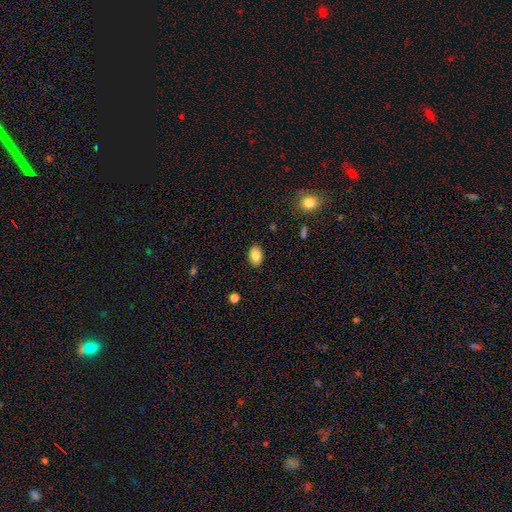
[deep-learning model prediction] A smooth galaxy with no disk features (84%) that is in between round and cigar-shaped (85%). Merging: none (88%).